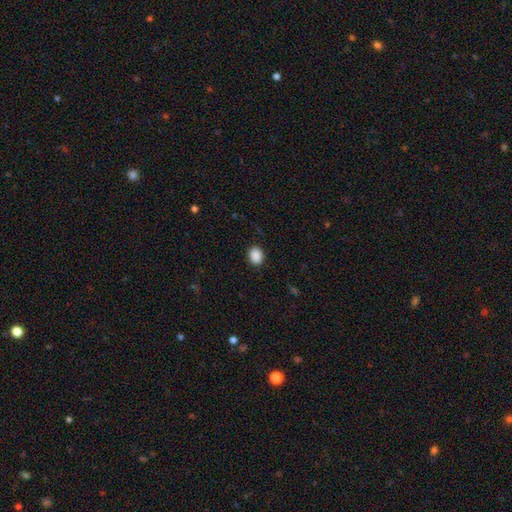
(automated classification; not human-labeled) Smooth or featured?
  - smooth: 89% *
  - star or artifact: 8%
  - featured or disk: 3%
How rounded?
  - round: 53% *
  - in between: 46%
  - cigar-shaped: 1%
Merging?
  - none: 89% *
  - minor disturbance: 8%
  - major disturbance: 2%
  - merger: 1%